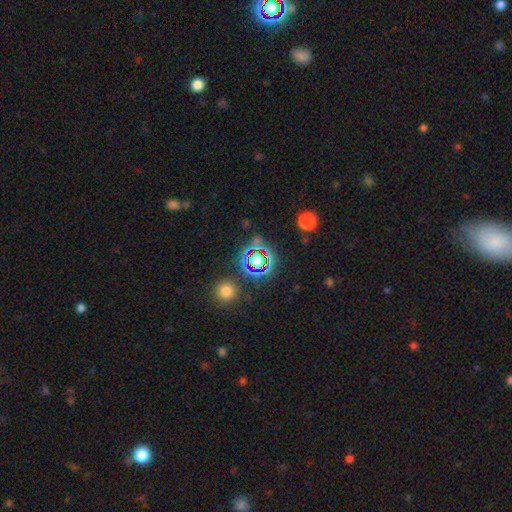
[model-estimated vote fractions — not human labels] Smooth or featured? star or artifact (73%)